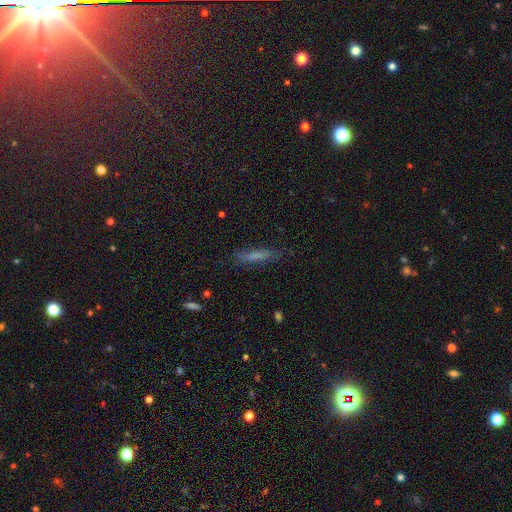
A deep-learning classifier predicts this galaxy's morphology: A smooth galaxy with no disk features (62%) that is cigar-shaped (87%).

Vote fractions:
- Smooth or featured? smooth: 62% / featured or disk: 25% / star or artifact: 13%
- How rounded? cigar-shaped: 87% / in between: 11% / round: 2%
- Merging? none: 80% / minor disturbance: 15% / major disturbance: 4% / merger: 2%